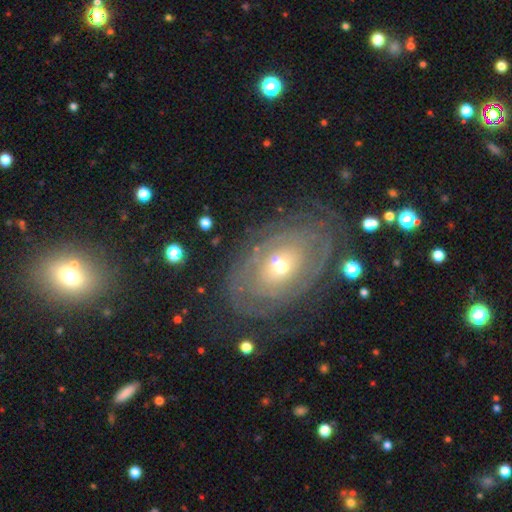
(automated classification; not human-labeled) The model was most divided on "bulge size": moderate: 51%, small: 44%, large: 3%, dominant: 1%, none: 1%. More confident: edge-on disk — no (92%); merging — none (81%); spiral arms — yes (75%); bar — no (74%); smooth or featured — featured or disk (68%).